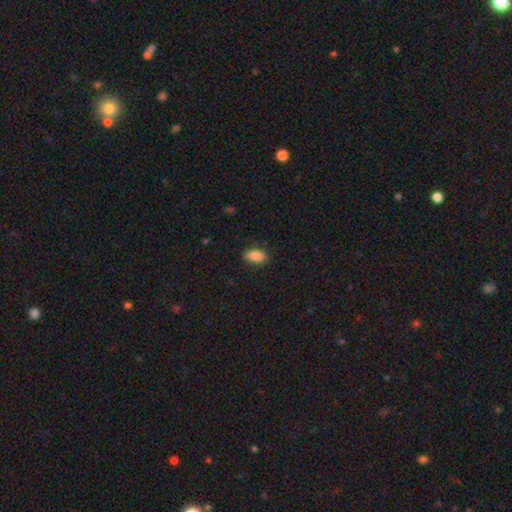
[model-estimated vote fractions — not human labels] Overall: smooth (87%). How rounded: in between (91%). Merging: none (83%).